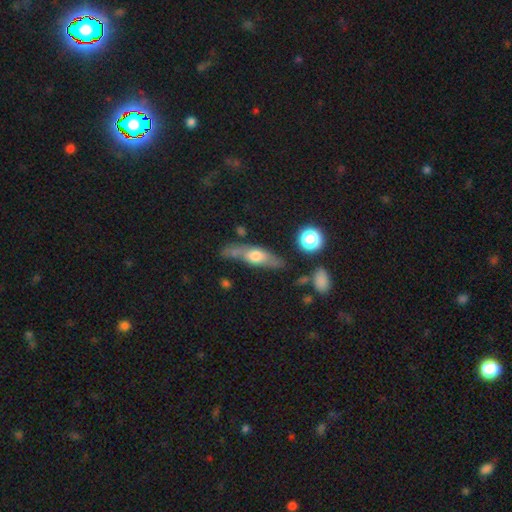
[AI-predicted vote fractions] The model was most divided on "smooth or featured": featured or disk: 50%, smooth: 42%, star or artifact: 7%. More confident: edge-on disk — yes (73%); merging — none (64%).